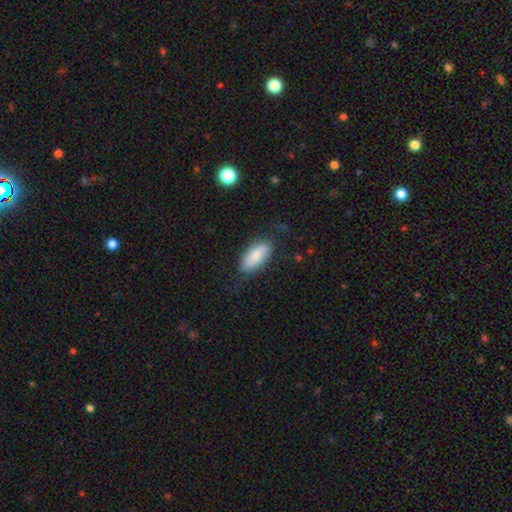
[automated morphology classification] A smooth galaxy with no disk features (71%) that is in between round and cigar-shaped (89%). Merging: none (73%).